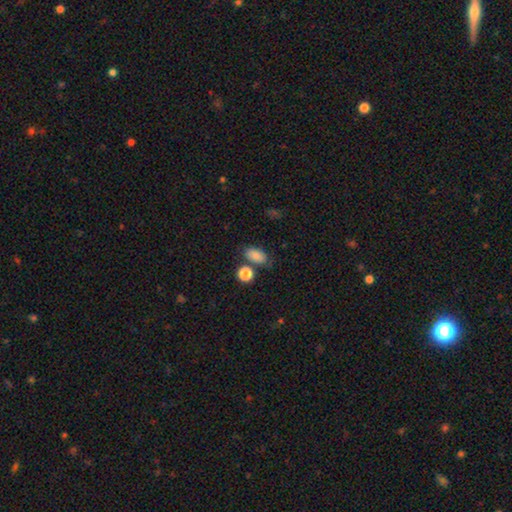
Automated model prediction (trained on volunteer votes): smooth 81%, star or artifact 10%, featured or disk 9%. Down the decision tree: how rounded — in between (87%); merging — none (67%).